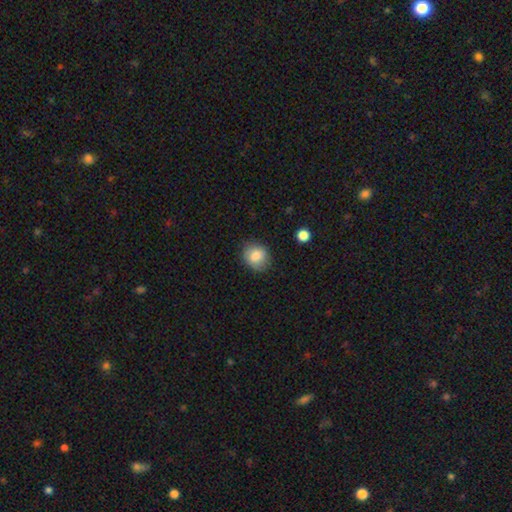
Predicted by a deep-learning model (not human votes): A smooth galaxy with no disk features (83%) that is round (70%).

Vote fractions:
- Smooth or featured? smooth: 83% / star or artifact: 9% / featured or disk: 9%
- How rounded? round: 70% / in between: 29% / cigar-shaped: 1%
- Merging? none: 80% / minor disturbance: 15% / major disturbance: 3% / merger: 1%